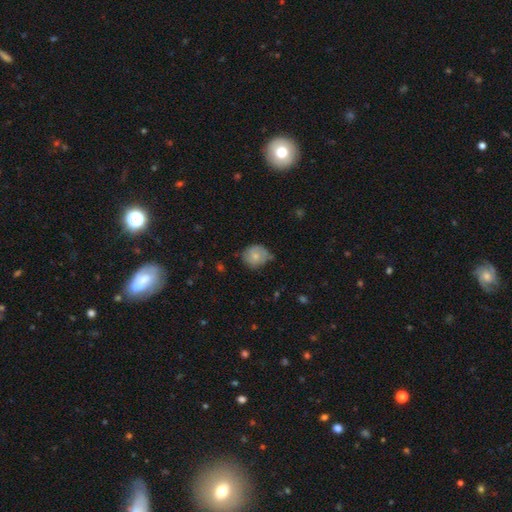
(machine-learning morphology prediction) Smooth or featured?
  - smooth: 64% *
  - featured or disk: 28%
  - star or artifact: 7%
How rounded?
  - round: 74% *
  - in between: 25%
  - cigar-shaped: 1%
Merging?
  - none: 57% *
  - minor disturbance: 33%
  - major disturbance: 7%
  - merger: 3%